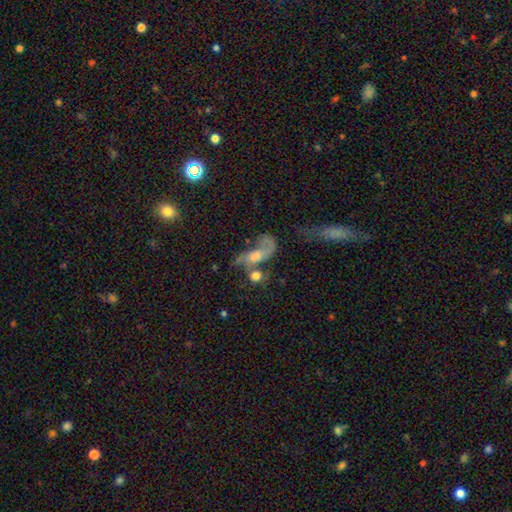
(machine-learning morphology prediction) Smooth or featured? Predicted: featured or disk (p=0.51). Edge-on disk? Predicted: no (p=0.91). Merging? Predicted: merger (p=0.36).